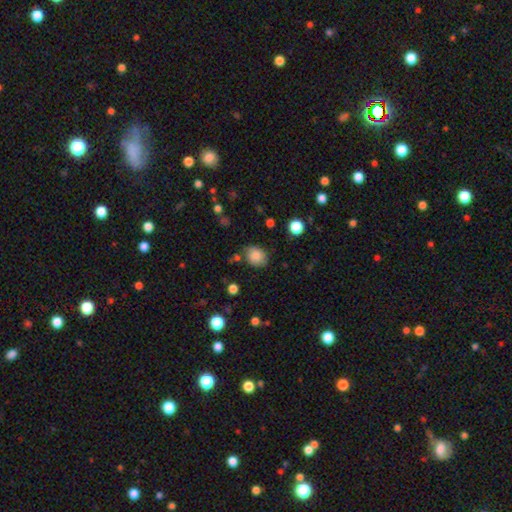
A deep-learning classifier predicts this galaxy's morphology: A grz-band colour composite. It shows a smooth galaxy with no disk features (85%) that is round (59%). Merging: none (76%).